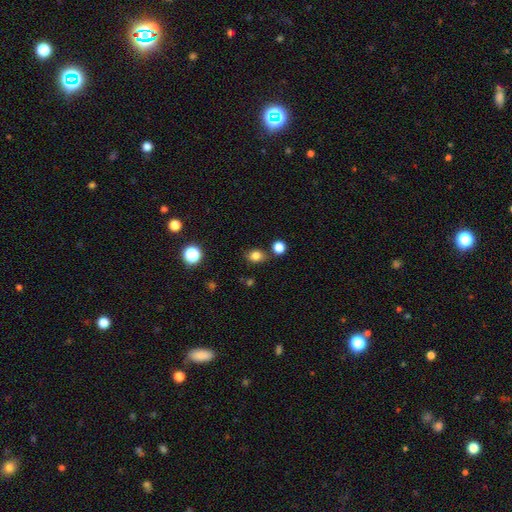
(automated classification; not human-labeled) Smooth or featured?
  - smooth: 81% *
  - star or artifact: 13%
  - featured or disk: 6%
How rounded?
  - in between: 50% *
  - round: 49%
  - cigar-shaped: 1%
Merging?
  - none: 75% *
  - minor disturbance: 14%
  - merger: 8%
  - major disturbance: 4%